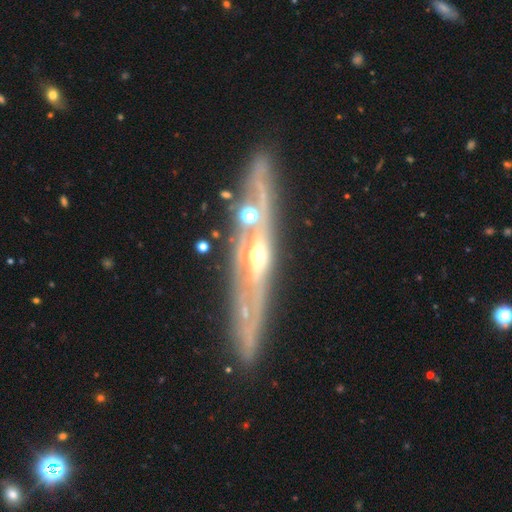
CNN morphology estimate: This is clearly a featured or disk galaxy (85%). It is likely viewed edge-on (71%). Edge-on bulge: clearly rounded (81%). Merging: clearly none (80%).